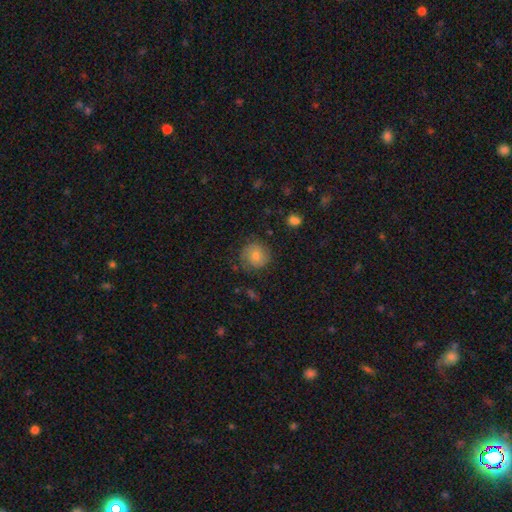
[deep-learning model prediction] A smooth galaxy with no disk features (59%) that is round (89%).

Vote fractions:
- Smooth or featured? smooth: 59% / featured or disk: 30% / star or artifact: 11%
- How rounded? round: 89% / in between: 10% / cigar-shaped: 1%
- Merging? none: 78% / minor disturbance: 15% / major disturbance: 6% / merger: 1%